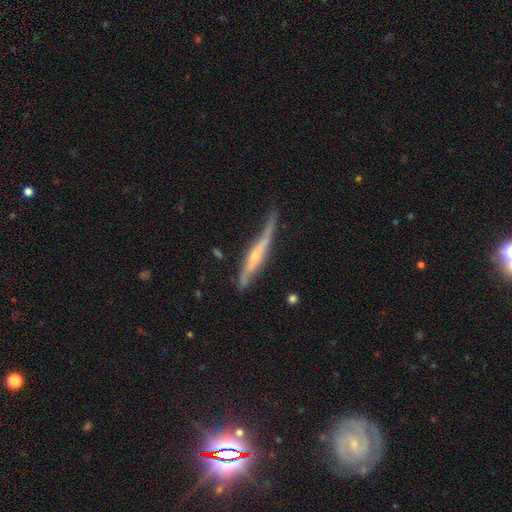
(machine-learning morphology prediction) Smooth or featured? featured or disk (73%)
Edge-on disk? yes (86%)
Edge-on bulge? rounded (65%)
Merging? none (56%)